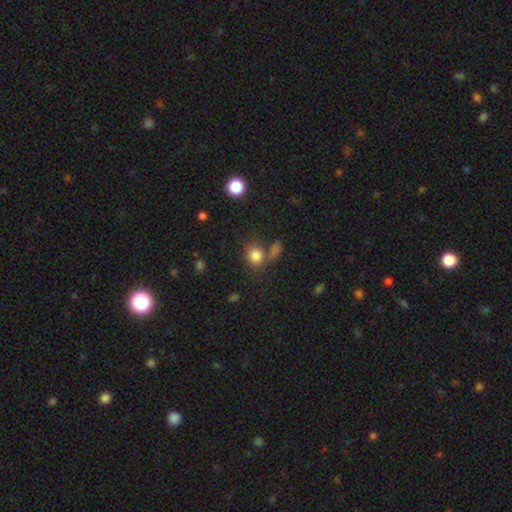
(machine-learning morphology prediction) A smooth galaxy with no disk features (81%) that is round (65%). Merging: none (56%).